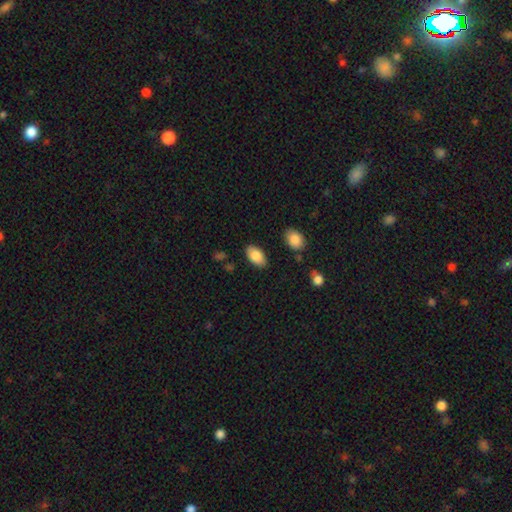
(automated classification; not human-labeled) Smooth or featured?
  - smooth: 84% *
  - featured or disk: 9%
  - star or artifact: 7%
How rounded?
  - in between: 94% *
  - round: 4%
  - cigar-shaped: 2%
Merging?
  - none: 85% *
  - minor disturbance: 11%
  - major disturbance: 3%
  - merger: 2%